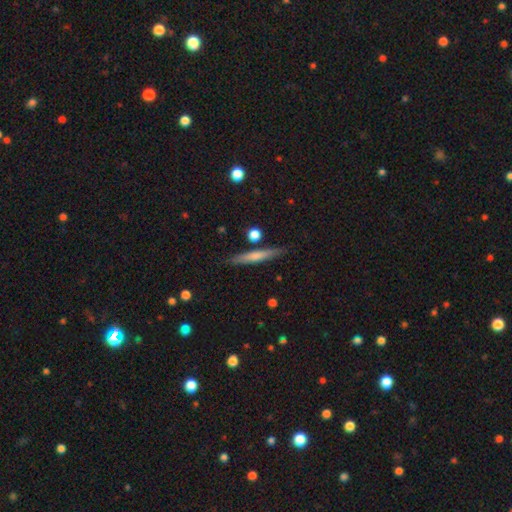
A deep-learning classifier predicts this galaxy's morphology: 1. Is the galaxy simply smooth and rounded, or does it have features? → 60% smooth, 33% featured or disk, 6% star or artifact.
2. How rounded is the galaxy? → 93% cigar-shaped, 5% in between, 2% round.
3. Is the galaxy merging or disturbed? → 84% none, 10% minor disturbance, 3% merger, 2% major disturbance.